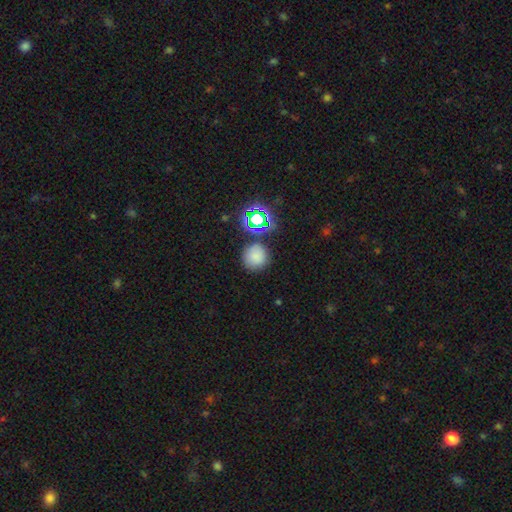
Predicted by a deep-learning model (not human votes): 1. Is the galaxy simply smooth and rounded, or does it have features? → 73% smooth, 20% star or artifact, 7% featured or disk.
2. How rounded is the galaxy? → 92% round, 7% in between, 1% cigar-shaped.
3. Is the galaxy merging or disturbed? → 81% none, 9% minor disturbance, 7% merger, 3% major disturbance.